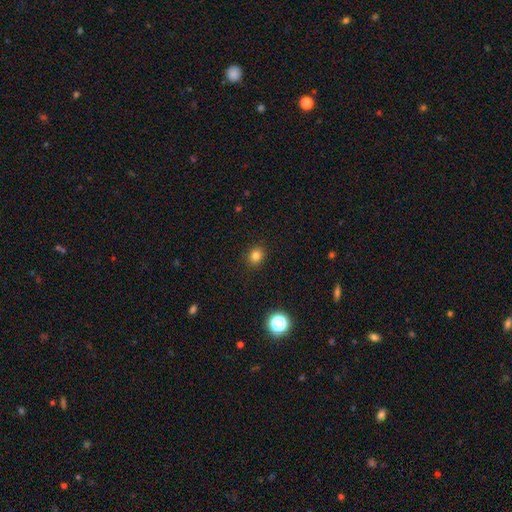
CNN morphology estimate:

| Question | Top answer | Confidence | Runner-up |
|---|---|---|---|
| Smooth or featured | smooth | 81% | star or artifact (14%) |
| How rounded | round | 77% | in between (22%) |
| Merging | none | 90% | minor disturbance (7%) |